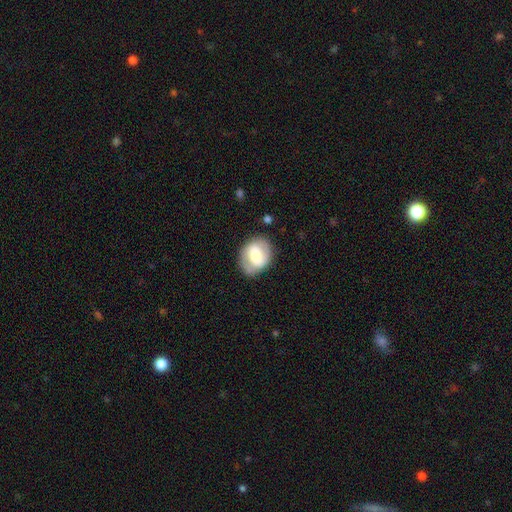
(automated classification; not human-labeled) This appears to be a featured or disk galaxy (57%) with a weak bar (42%), spiral arms (73%) and a moderate central bulge (50%). Merging: none (78%).